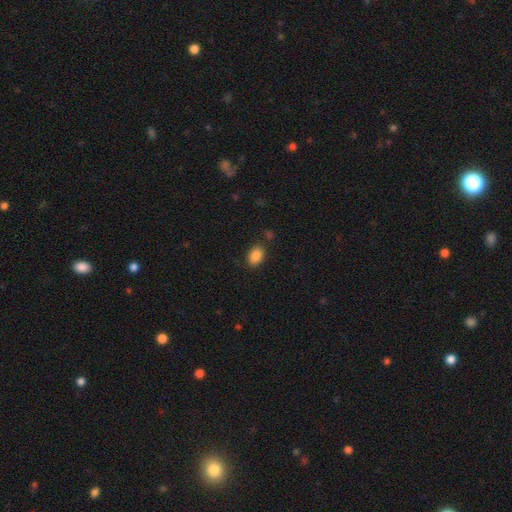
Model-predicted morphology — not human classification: smooth-or-featured: smooth: 88% | star or artifact: 9% | featured or disk: 4%
  how-rounded: in between: 84% | round: 15% | cigar-shaped: 1%
  merging: none: 80% | minor disturbance: 13% | major disturbance: 4% | merger: 3%